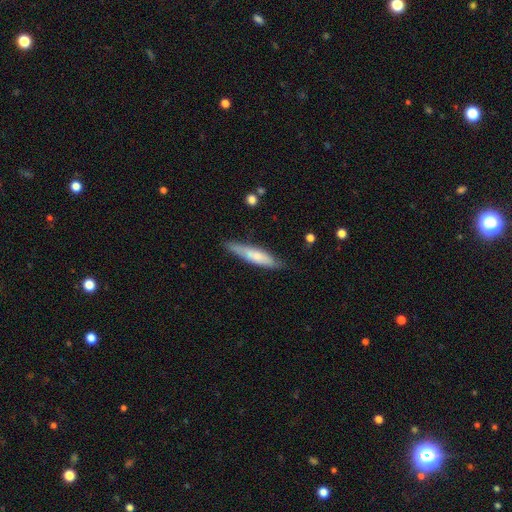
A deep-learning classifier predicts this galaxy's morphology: Smooth or featured? Predicted: smooth (p=0.59). How rounded? Predicted: cigar-shaped (p=0.84). Merging? Predicted: none (p=0.79).